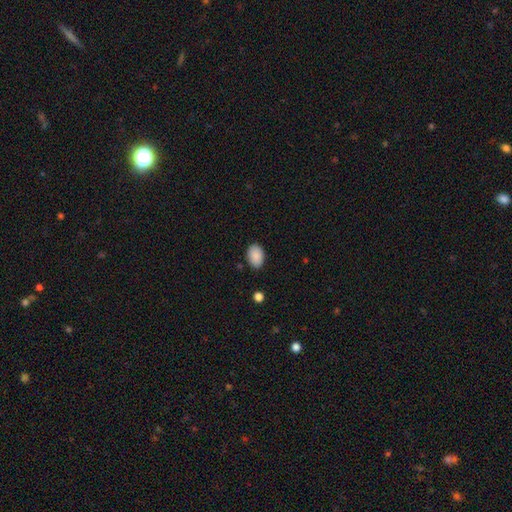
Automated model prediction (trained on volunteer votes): smooth-or-featured: smooth: 89% | star or artifact: 7% | featured or disk: 3%
  how-rounded: in between: 84% | round: 15% | cigar-shaped: 1%
  merging: none: 83% | minor disturbance: 13% | major disturbance: 2% | merger: 2%